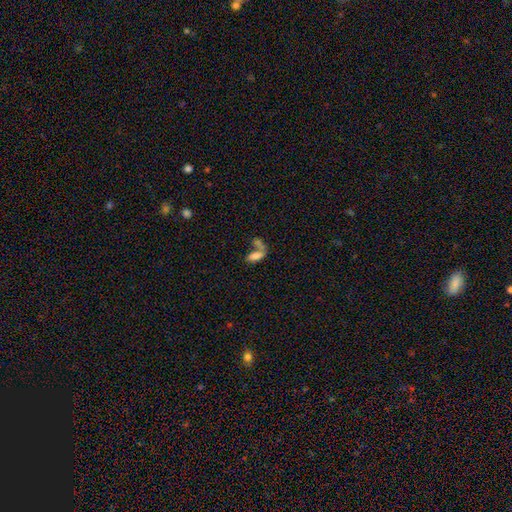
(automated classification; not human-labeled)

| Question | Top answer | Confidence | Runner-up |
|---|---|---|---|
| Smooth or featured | smooth | 76% | featured or disk (14%) |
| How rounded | in between | 78% | cigar-shaped (18%) |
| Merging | merger | 56% | none (28%) |